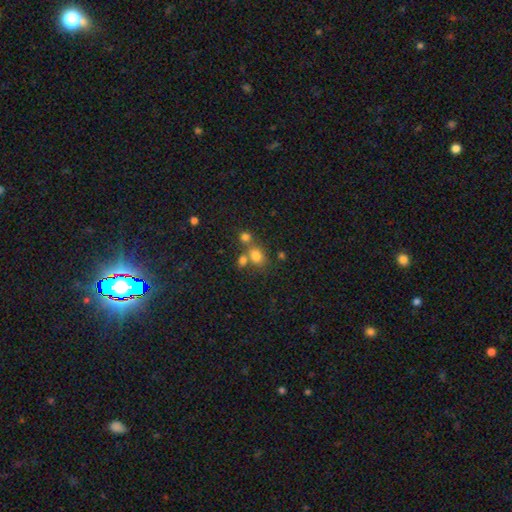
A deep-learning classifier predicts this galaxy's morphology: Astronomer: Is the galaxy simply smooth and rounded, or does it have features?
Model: smooth — 76%.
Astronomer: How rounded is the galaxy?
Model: in between — 57% (runner-up: round, 42%).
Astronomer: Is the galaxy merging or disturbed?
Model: none — 48% (runner-up: merger, 35%).